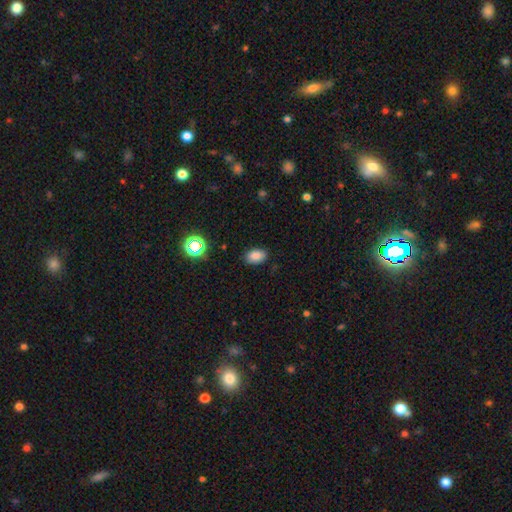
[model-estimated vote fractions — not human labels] Morphology: type=smooth (82%); roundness=in between (88%); merging=none (86%).